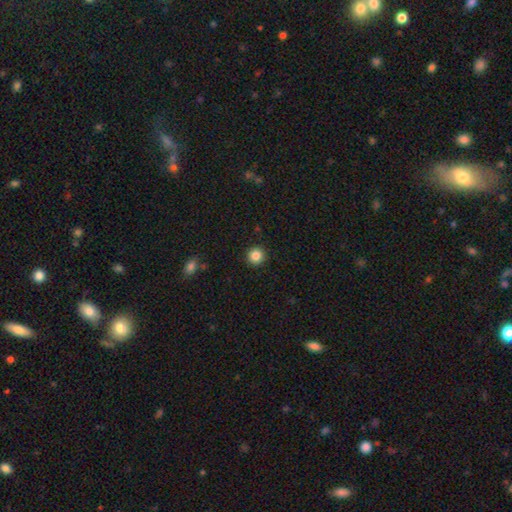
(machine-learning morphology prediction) smooth-or-featured: smooth: 85% | star or artifact: 10% | featured or disk: 4%
  how-rounded: round: 95% | in between: 4% | cigar-shaped: 1%
  merging: none: 93% | minor disturbance: 5% | major disturbance: 2% | merger: 1%